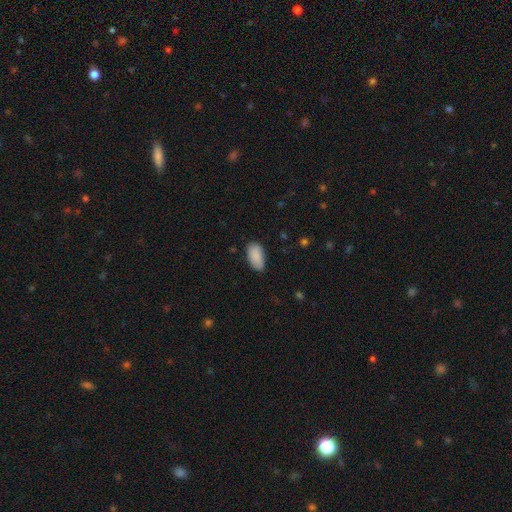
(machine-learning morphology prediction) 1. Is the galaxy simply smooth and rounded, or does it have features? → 89% smooth, 6% star or artifact, 5% featured or disk.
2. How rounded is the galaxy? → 94% in between, 4% cigar-shaped, 3% round.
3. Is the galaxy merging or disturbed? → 77% none, 19% minor disturbance, 3% major disturbance, 1% merger.